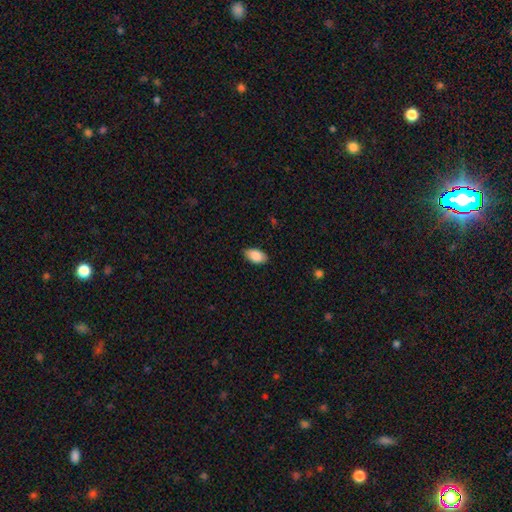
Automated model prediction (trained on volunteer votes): smooth 88%, star or artifact 7%, featured or disk 5%. Down the decision tree: how rounded — in between (94%); merging — none (84%).